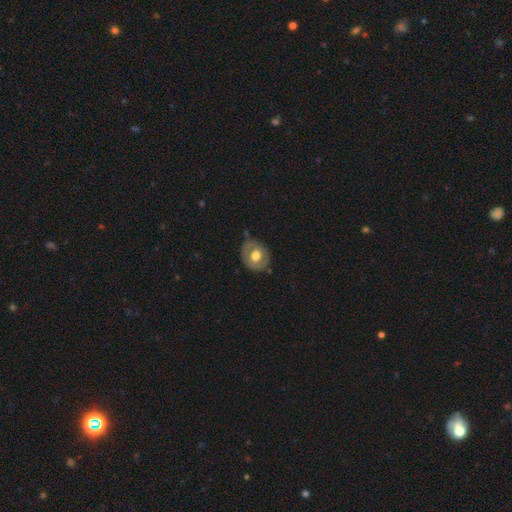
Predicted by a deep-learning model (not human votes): Smooth or featured? smooth (49%)
Merging? none (74%)